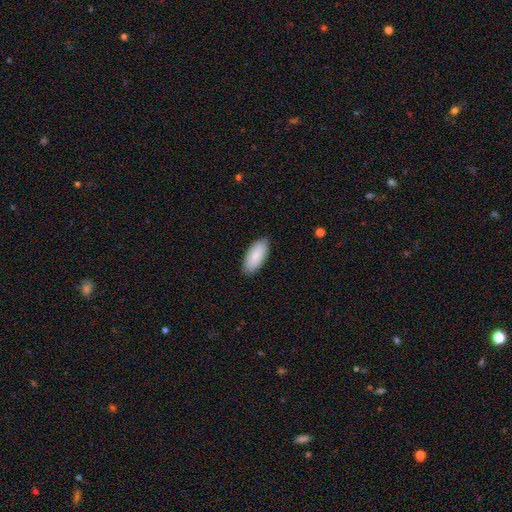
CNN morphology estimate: smooth_or_featured: smooth (p=0.87) [alt: featured or disk p=0.08]
how_rounded: in between (p=0.91) [alt: cigar-shaped p=0.08]
merging: none (p=0.88) [alt: minor disturbance p=0.09]